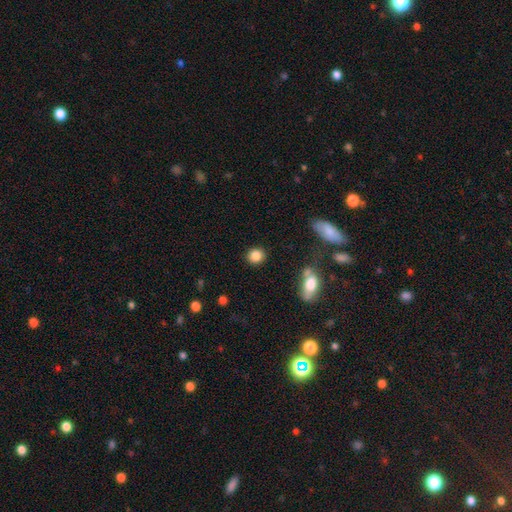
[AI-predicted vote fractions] Morphology: type=smooth (86%); roundness=round (80%); merging=none (87%).